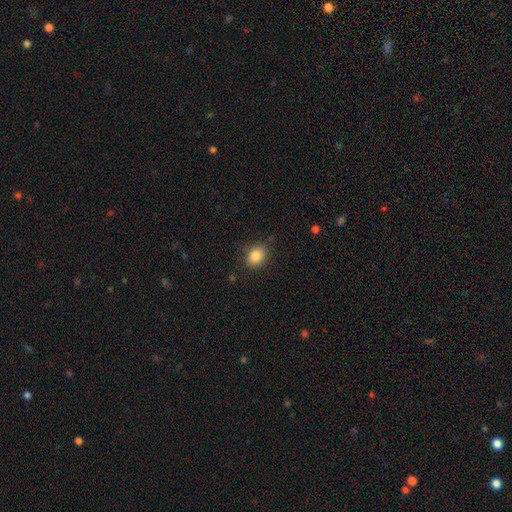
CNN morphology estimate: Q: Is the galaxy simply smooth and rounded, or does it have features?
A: smooth — 85%.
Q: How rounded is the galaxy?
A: in between — 57%.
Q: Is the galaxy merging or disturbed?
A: none — 83%.